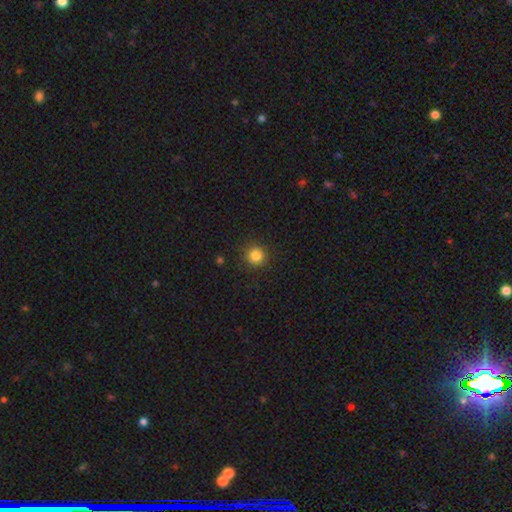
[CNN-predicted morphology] type=smooth (84%); roundness=round (93%); merging=none (89%).